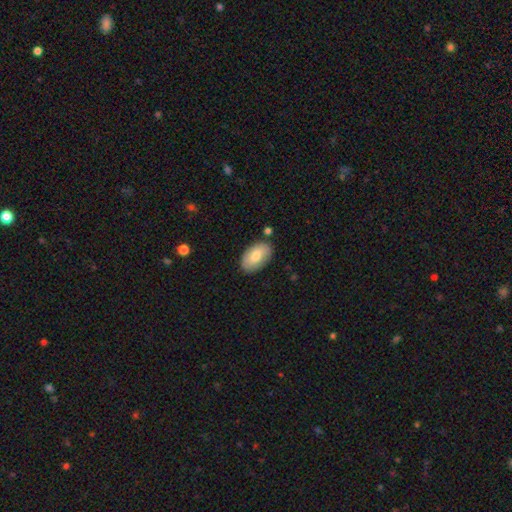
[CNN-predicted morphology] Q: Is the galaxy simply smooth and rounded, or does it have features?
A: smooth — 74%.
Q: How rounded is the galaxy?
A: in between — 94%.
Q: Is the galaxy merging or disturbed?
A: none — 82%.